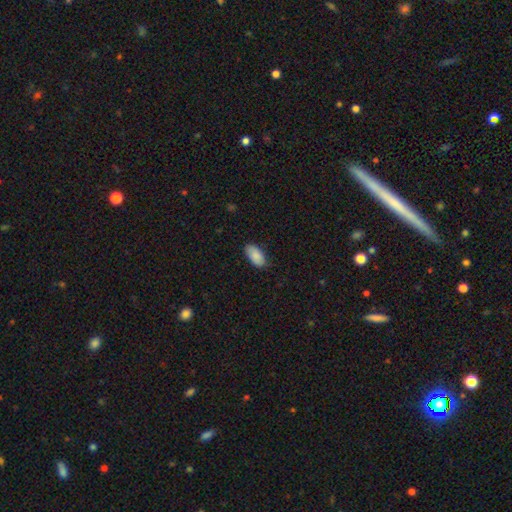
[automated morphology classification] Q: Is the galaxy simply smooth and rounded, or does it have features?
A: smooth — 88%.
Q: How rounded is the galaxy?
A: in between — 95%.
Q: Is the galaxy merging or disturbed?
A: none — 84%.